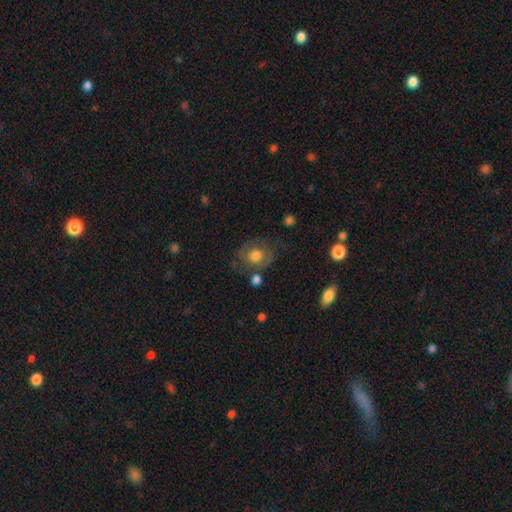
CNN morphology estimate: This appears to be a smooth galaxy with no disk features (58%) that is round (66%). Merging: none (63%).